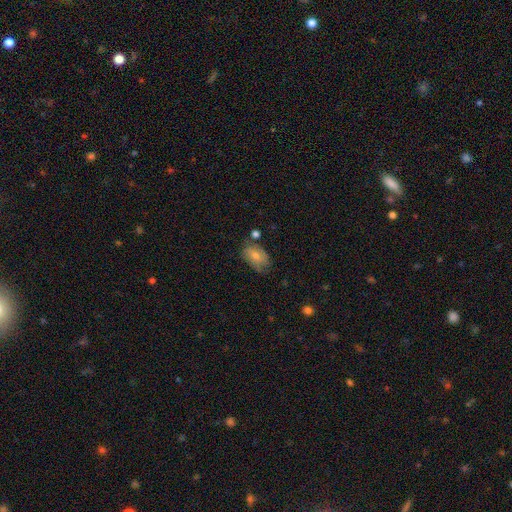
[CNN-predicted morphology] The model was most divided on "merging": none: 54%, minor disturbance: 29%, major disturbance: 10%, merger: 7%. More confident: how rounded — in between (86%); smooth or featured — smooth (63%).